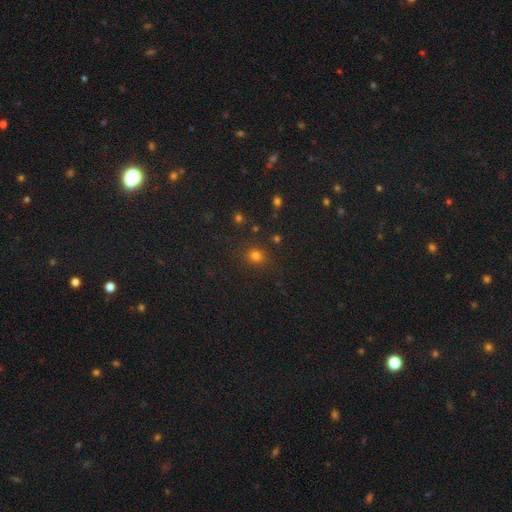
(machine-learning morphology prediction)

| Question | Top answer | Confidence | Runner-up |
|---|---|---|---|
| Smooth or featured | smooth | 74% | star or artifact (20%) |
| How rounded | round | 82% | in between (17%) |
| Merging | none | 86% | minor disturbance (9%) |